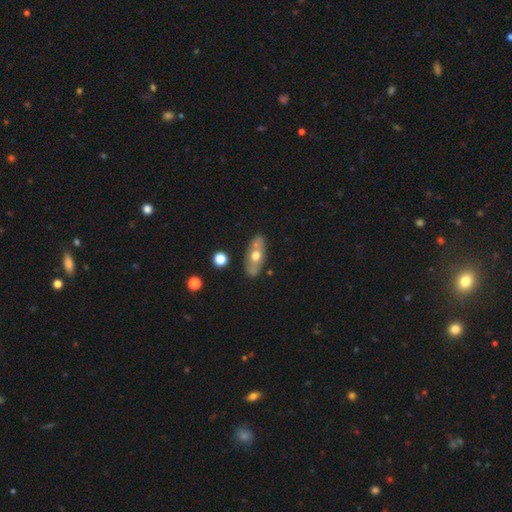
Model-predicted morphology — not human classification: Overall: smooth (49%; featured or disk 44%). Merging: none (73%).